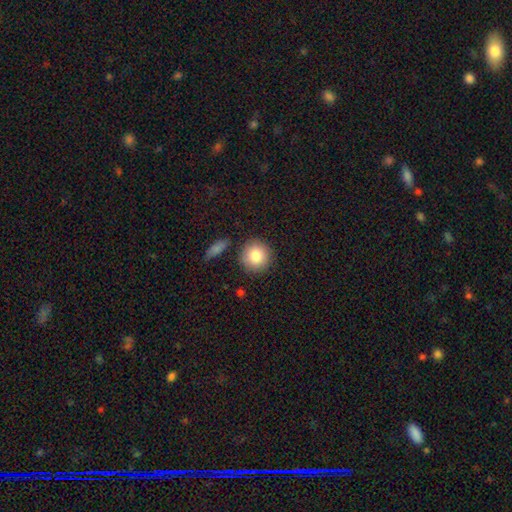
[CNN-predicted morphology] This is clearly a smooth galaxy (85%). How rounded: clearly round (92%). Merging: clearly none (85%).